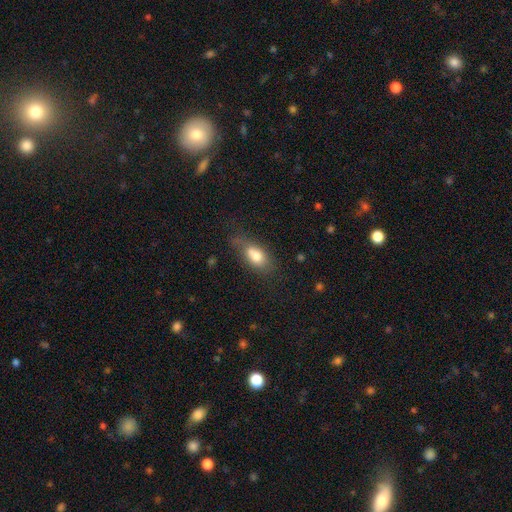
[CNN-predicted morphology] smooth_or_featured: smooth (p=0.75) [alt: featured or disk p=0.17]
how_rounded: in between (p=0.84) [alt: round p=0.09]
merging: none (p=0.41) [alt: minor disturbance p=0.29]